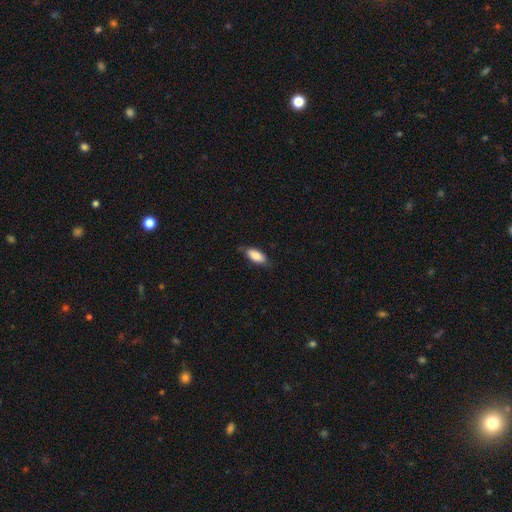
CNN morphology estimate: The model was most divided on "merging": none: 76%, minor disturbance: 20%, major disturbance: 3%, merger: 1%. More confident: smooth or featured — smooth (85%); how rounded — in between (82%).